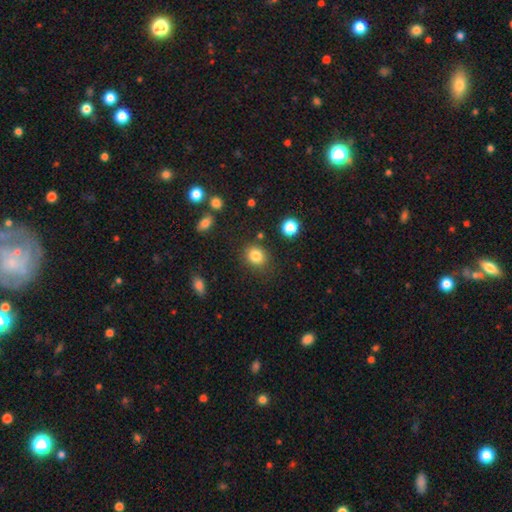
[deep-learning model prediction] Smooth or featured? Predicted: smooth (p=0.83). How rounded? Predicted: round (p=0.70). Merging? Predicted: none (p=0.81).